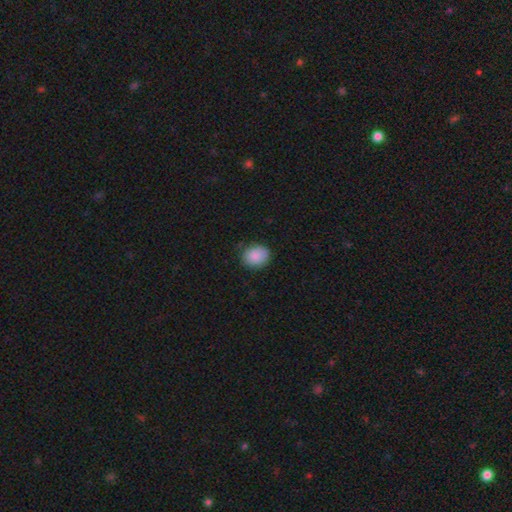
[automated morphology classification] Smooth or featured?
  - smooth: 88% *
  - star or artifact: 8%
  - featured or disk: 5%
How rounded?
  - round: 62% *
  - in between: 38%
  - cigar-shaped: 1%
Merging?
  - none: 82% *
  - minor disturbance: 14%
  - major disturbance: 3%
  - merger: 1%